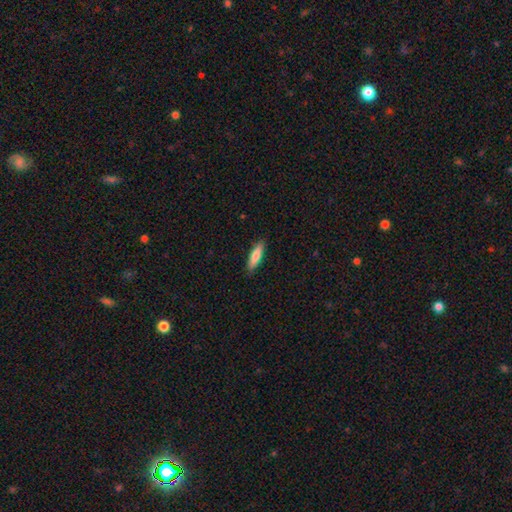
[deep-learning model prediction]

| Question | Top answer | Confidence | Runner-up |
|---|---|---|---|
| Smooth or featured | smooth | 77% | featured or disk (17%) |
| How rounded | cigar-shaped | 69% | in between (29%) |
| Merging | none | 89% | minor disturbance (8%) |